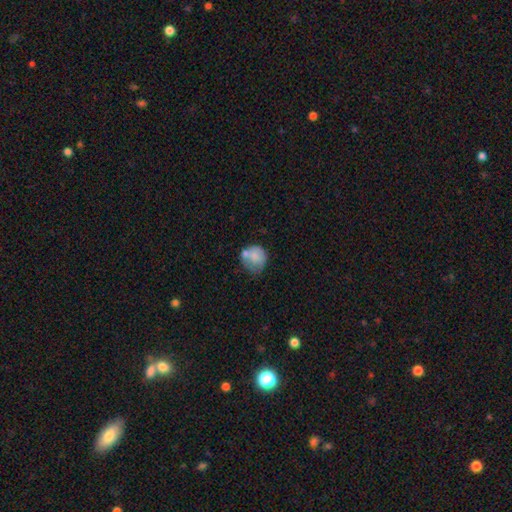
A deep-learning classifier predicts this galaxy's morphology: This is likely a smooth galaxy (68%). How rounded: likely round (75%). Merging: marginally none (40%).